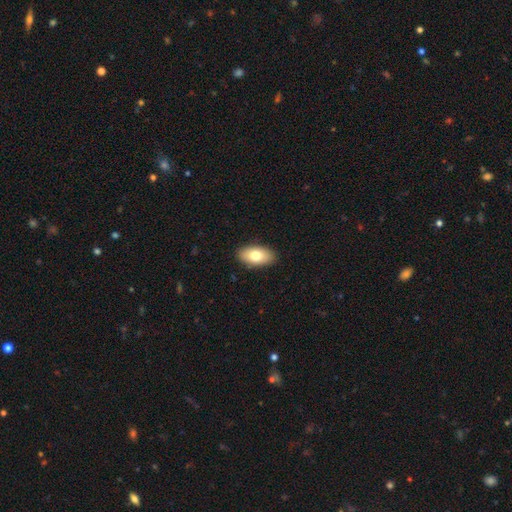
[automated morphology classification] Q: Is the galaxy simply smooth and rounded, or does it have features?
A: smooth — 76%.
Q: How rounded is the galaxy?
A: in between — 93%.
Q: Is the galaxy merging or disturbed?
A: none — 89%.